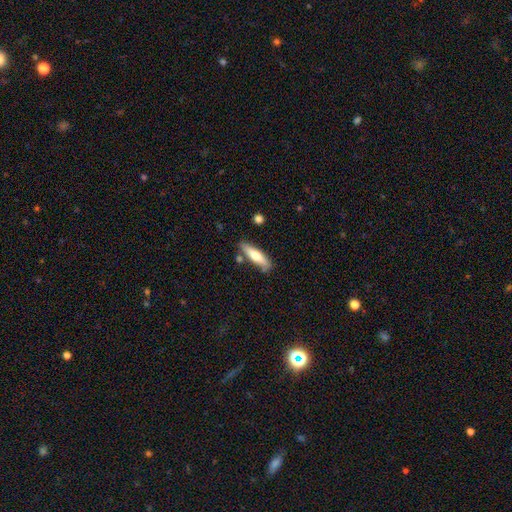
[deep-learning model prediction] A smooth galaxy with no disk features (58%) that is cigar-shaped (69%).

Vote fractions:
- Smooth or featured? smooth: 58% / featured or disk: 36% / star or artifact: 6%
- How rounded? cigar-shaped: 69% / in between: 29% / round: 2%
- Merging? none: 79% / minor disturbance: 13% / merger: 5% / major disturbance: 3%